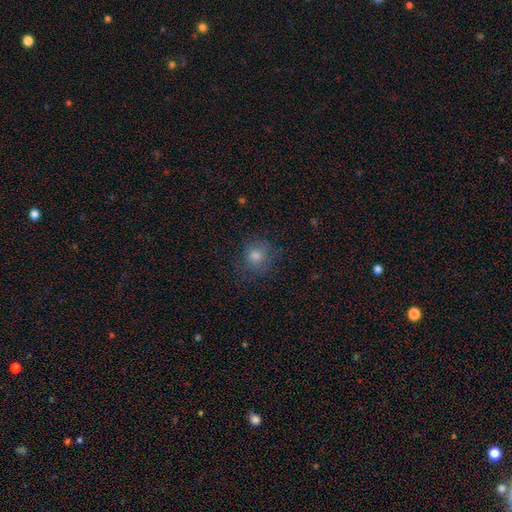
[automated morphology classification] type=smooth (71%); roundness=round (84%); merging=none (75%).